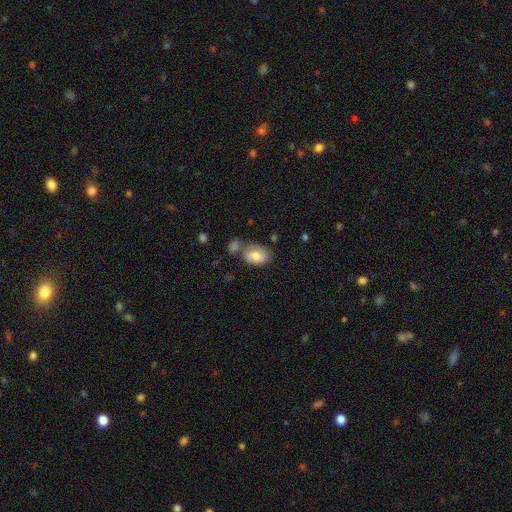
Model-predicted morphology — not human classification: smooth_or_featured: smooth (p=0.74) [alt: featured or disk p=0.18]
how_rounded: in between (p=0.79) [alt: round p=0.20]
merging: none (p=0.49) [alt: merger p=0.26]